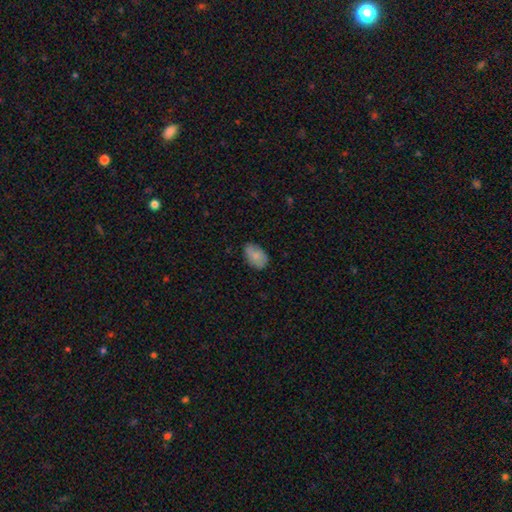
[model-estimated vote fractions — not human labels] Smooth or featured? smooth (79%)
How rounded? in between (89%)
Merging? none (76%)